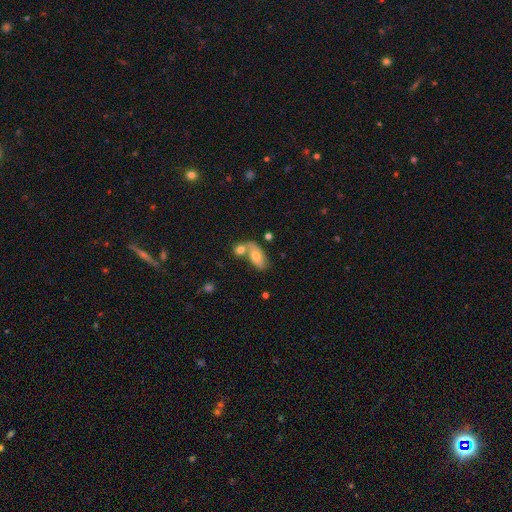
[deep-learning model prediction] This appears to be a smooth galaxy with no disk features (65%) that is in between round and cigar-shaped (88%). Merging: merger (47%).